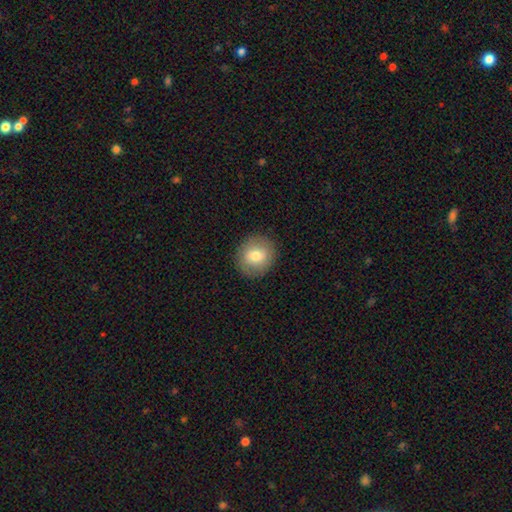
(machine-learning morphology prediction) This appears to be a smooth galaxy with no disk features (77%) that is round (82%). Merging: none (89%).